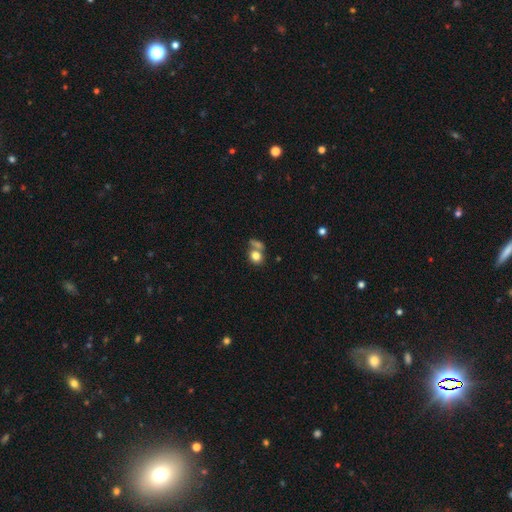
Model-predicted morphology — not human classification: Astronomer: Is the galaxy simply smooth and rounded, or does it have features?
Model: smooth — 79%.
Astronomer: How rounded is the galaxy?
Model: round — 64%.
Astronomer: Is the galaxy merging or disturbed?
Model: none — 45% (runner-up: merger, 38%).